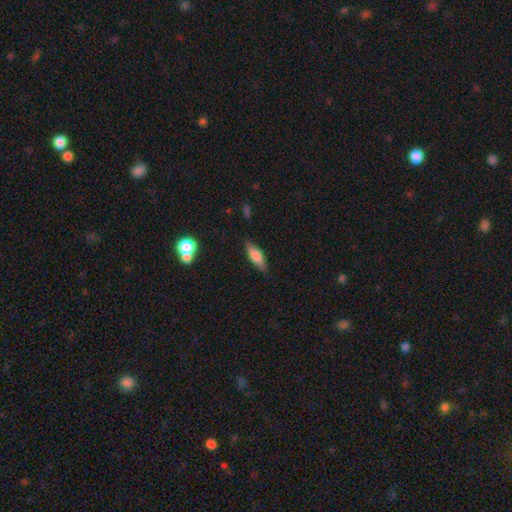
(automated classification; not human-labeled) This is possibly a smooth galaxy (58%). How rounded: possibly in between (49%). Merging: clearly none (82%).